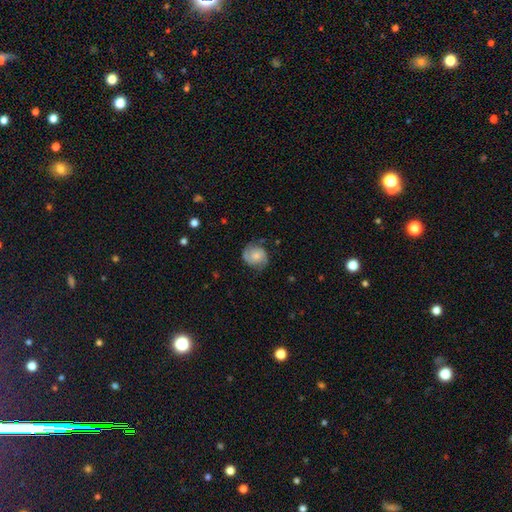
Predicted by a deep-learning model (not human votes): featured or disk 60%, smooth 33%, star or artifact 8%. Down the decision tree: edge-on disk — no (98%); bar — no (70%); spiral arms — yes (91%); spiral arm count — 2 (81%); spiral winding — tight (44%); bulge size — small (44%); merging — none (72%).